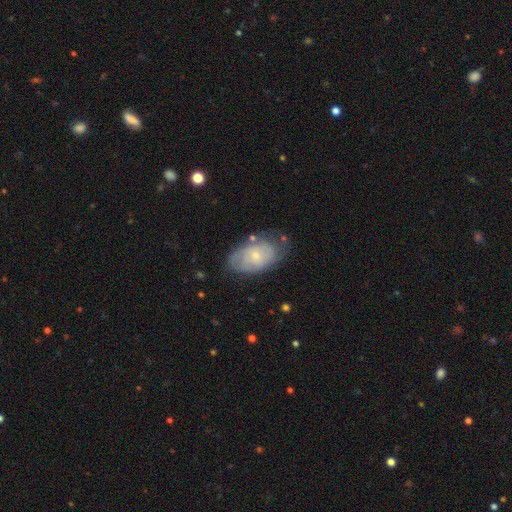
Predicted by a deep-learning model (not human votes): Morphology: type=featured or disk (49%); merging=none (63%).